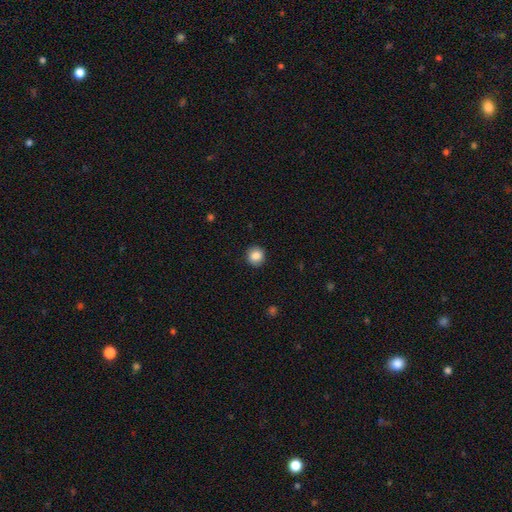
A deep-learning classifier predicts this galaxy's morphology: This appears to be a smooth galaxy with no disk features (86%) that is round (90%). Merging: none (90%).